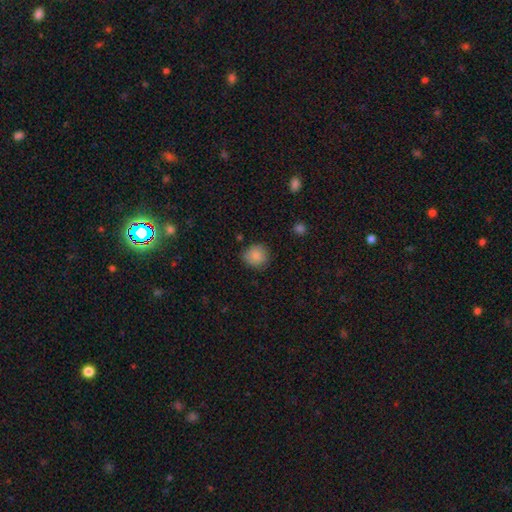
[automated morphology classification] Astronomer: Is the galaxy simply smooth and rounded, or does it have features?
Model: smooth — 86%.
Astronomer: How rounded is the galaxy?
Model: round — 87%.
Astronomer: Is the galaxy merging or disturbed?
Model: none — 81%.